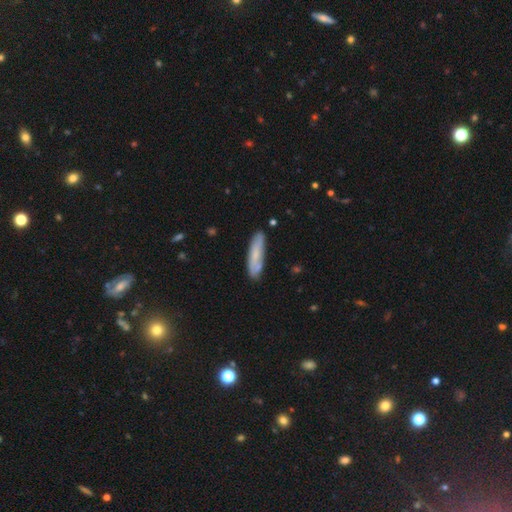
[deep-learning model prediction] A smooth galaxy with no disk features (63%) that is cigar-shaped (76%).

Vote fractions:
- Smooth or featured? smooth: 63% / featured or disk: 31% / star or artifact: 6%
- How rounded? cigar-shaped: 76% / in between: 22% / round: 2%
- Merging? none: 79% / minor disturbance: 15% / merger: 3% / major disturbance: 3%